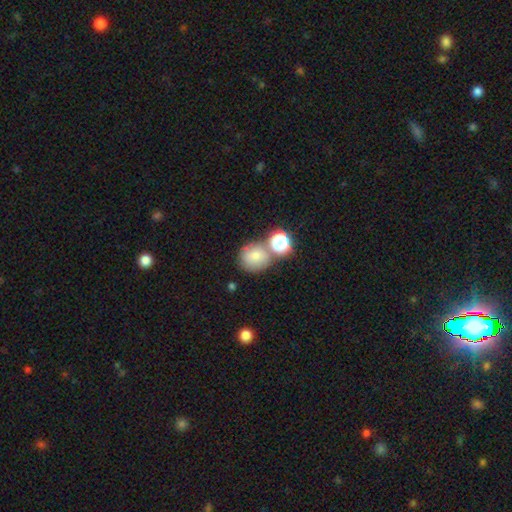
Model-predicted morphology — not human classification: This is likely a smooth galaxy (70%). How rounded: clearly round (82%). Merging: possibly none (56%).